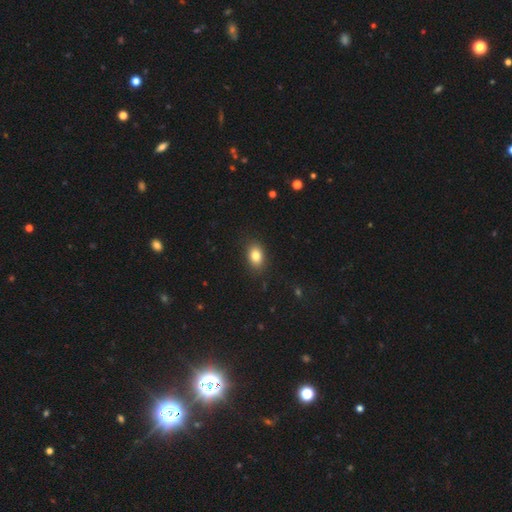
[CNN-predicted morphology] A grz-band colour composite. It shows a smooth galaxy with no disk features (83%) that is in between round and cigar-shaped (80%). Merging: none (87%).